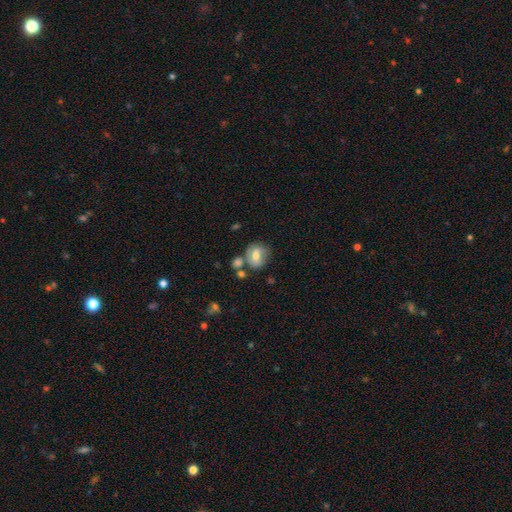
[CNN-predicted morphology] The model was most divided on "how rounded": round: 64%, in between: 35%, cigar-shaped: 1%. More confident: smooth or featured — smooth (62%); merging — none (56%).